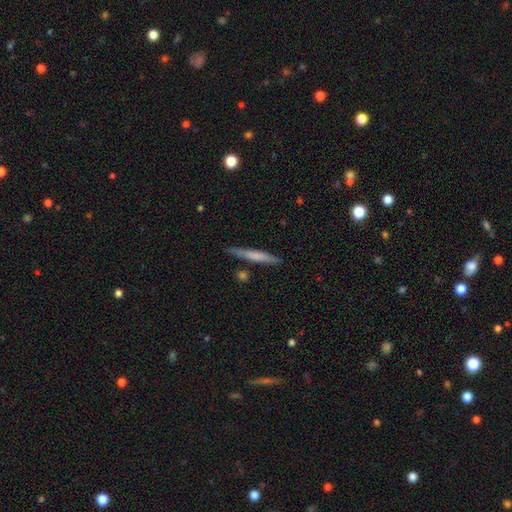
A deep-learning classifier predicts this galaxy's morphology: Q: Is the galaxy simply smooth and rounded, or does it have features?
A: smooth — 62%.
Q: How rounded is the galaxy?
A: cigar-shaped — 95%.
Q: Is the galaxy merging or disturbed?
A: none — 84%.